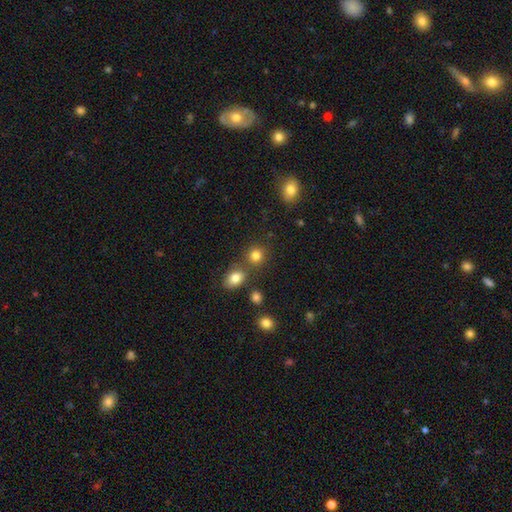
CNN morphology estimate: smooth_or_featured: smooth (p=0.81) [alt: star or artifact p=0.13]
how_rounded: round (p=0.83) [alt: in between p=0.16]
merging: none (p=0.72) [alt: merger p=0.16]